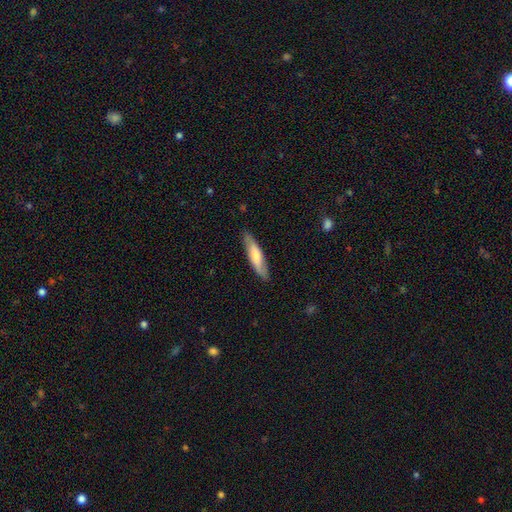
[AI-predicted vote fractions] This is likely a smooth galaxy (63%). How rounded: likely cigar-shaped (78%). Merging: clearly none (85%).